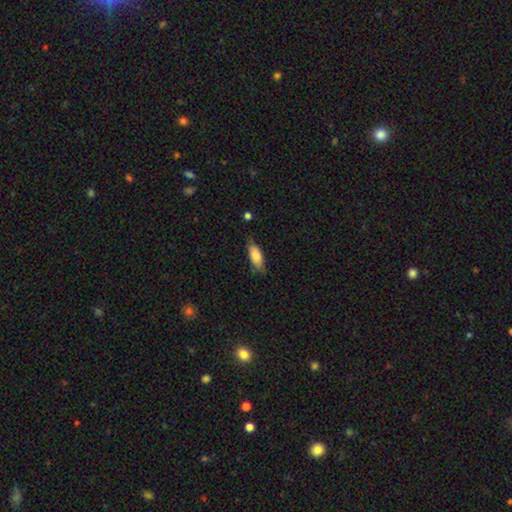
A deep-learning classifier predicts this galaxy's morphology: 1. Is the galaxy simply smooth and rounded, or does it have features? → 82% smooth, 11% featured or disk, 6% star or artifact.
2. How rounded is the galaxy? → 77% in between, 21% cigar-shaped, 2% round.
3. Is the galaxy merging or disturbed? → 73% none, 21% minor disturbance, 4% major disturbance, 2% merger.